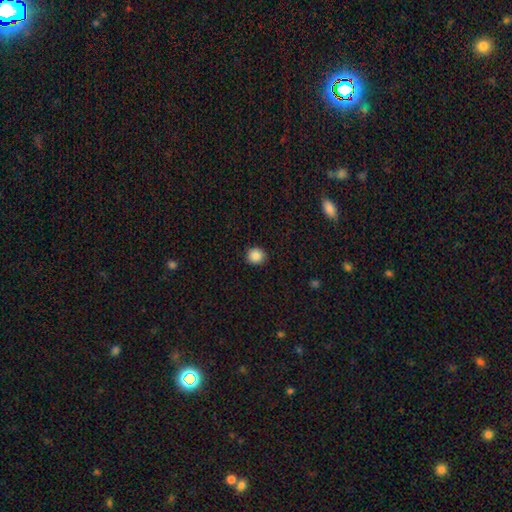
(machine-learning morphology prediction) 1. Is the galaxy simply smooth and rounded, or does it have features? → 88% smooth, 9% star or artifact, 3% featured or disk.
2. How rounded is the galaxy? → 87% round, 12% in between, 1% cigar-shaped.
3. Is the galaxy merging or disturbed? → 91% none, 6% minor disturbance, 2% major disturbance, 1% merger.